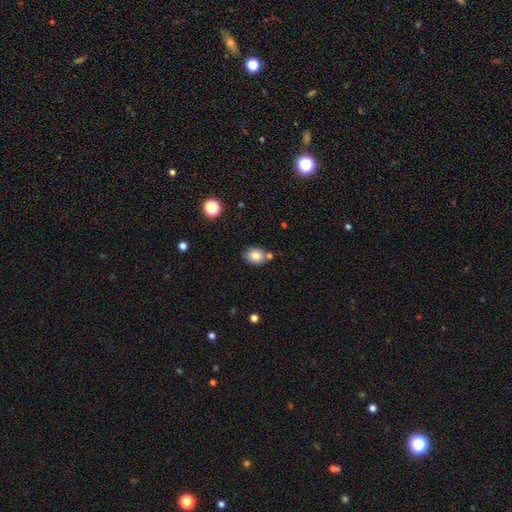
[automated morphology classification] Smooth or featured? smooth (83%)
How rounded? in between (56%)
Merging? none (70%)